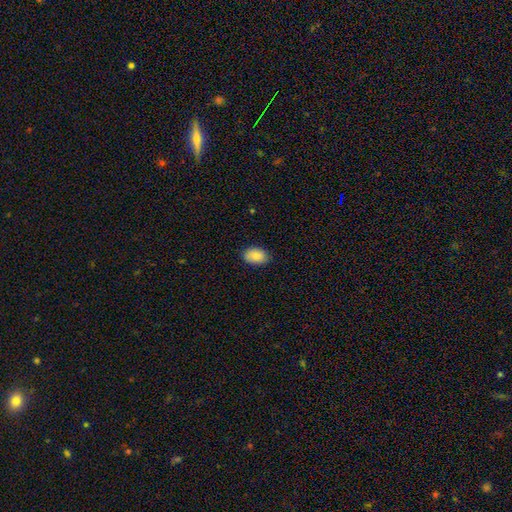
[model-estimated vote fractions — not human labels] smooth_or_featured: smooth (p=0.87) [alt: star or artifact p=0.07]
how_rounded: in between (p=0.88) [alt: round p=0.10]
merging: none (p=0.85) [alt: minor disturbance p=0.12]